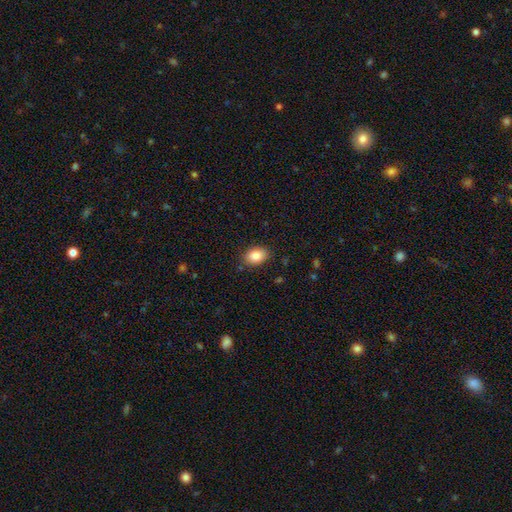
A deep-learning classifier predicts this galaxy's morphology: Smooth or featured? smooth (87%)
How rounded? in between (80%)
Merging? none (84%)